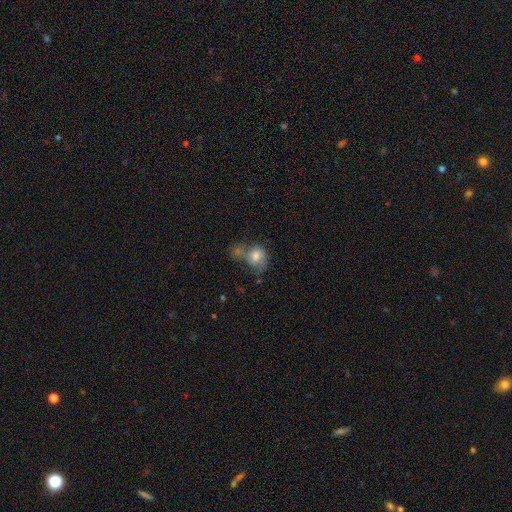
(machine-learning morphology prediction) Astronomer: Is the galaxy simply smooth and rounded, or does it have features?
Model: smooth — 67%.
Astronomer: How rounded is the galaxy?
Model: round — 55% (runner-up: in between, 44%).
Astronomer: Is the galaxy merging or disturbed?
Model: merger — 46% (runner-up: none, 22%).